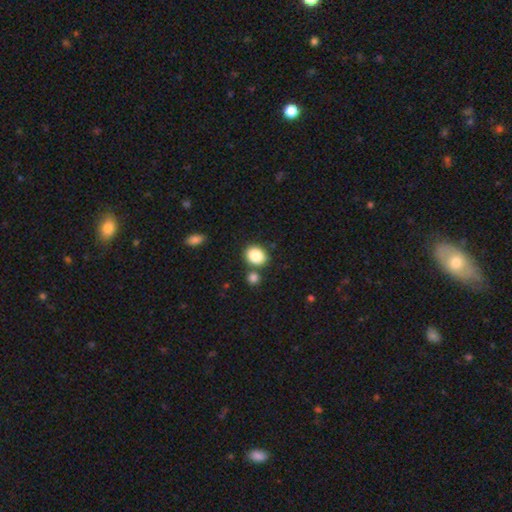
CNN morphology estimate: Smooth or featured: smooth — 85% (star or artifact — 8%)
How rounded: round — 56% (in between — 43%)
Merging: none — 73% (merger — 15%)